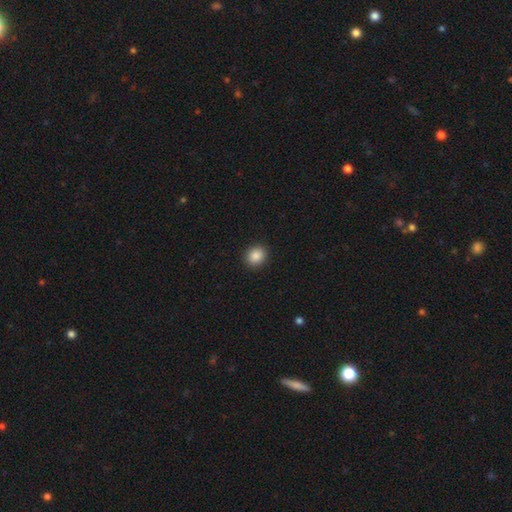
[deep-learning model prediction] This is clearly a smooth galaxy (88%). How rounded: likely round (71%). Merging: clearly none (92%).